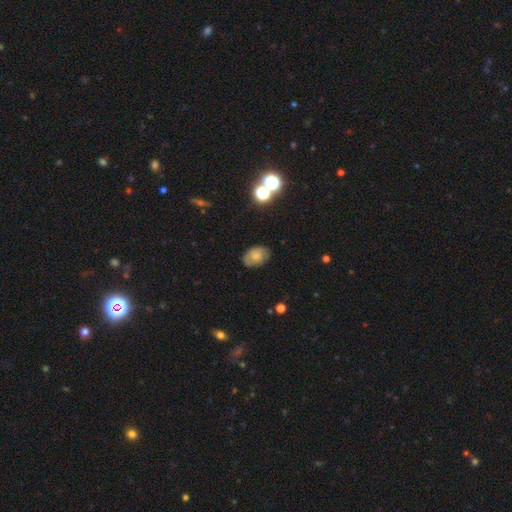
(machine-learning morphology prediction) A smooth galaxy with no disk features (66%) that is in between round and cigar-shaped (81%). Merging: none (76%).